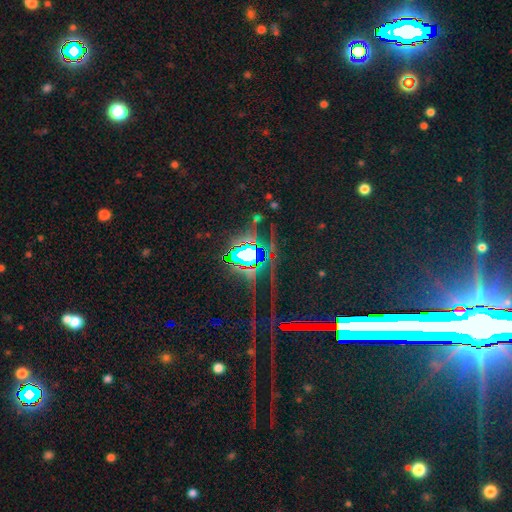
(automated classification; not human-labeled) This is clearly a star or artifact rather than a galaxy (83%).